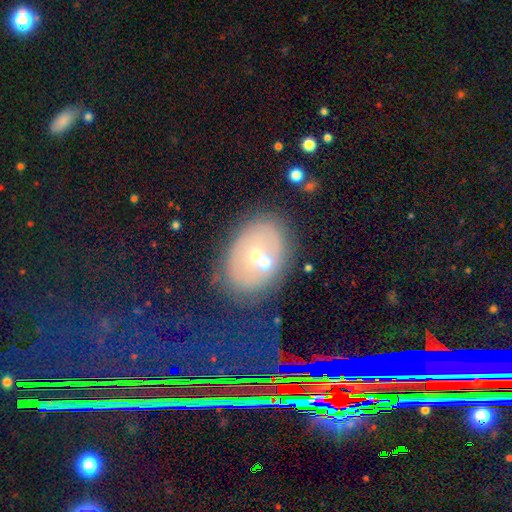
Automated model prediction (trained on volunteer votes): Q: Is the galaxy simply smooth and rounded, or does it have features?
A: smooth — 45%.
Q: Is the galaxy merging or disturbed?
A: none — 54%.